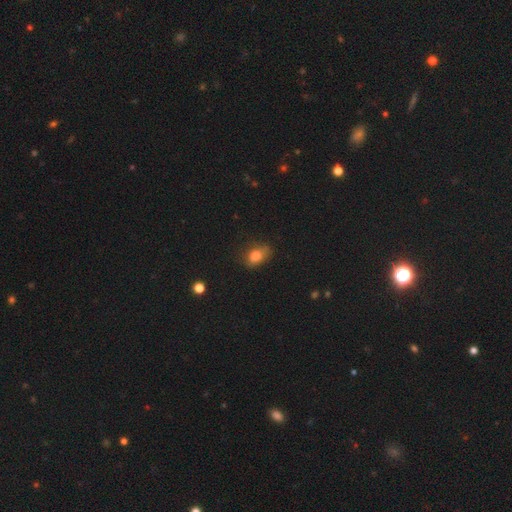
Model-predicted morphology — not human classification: The model was most divided on "merging": none: 67%, minor disturbance: 25%, major disturbance: 6%, merger: 2%. More confident: smooth or featured — smooth (79%); how rounded — in between (76%).